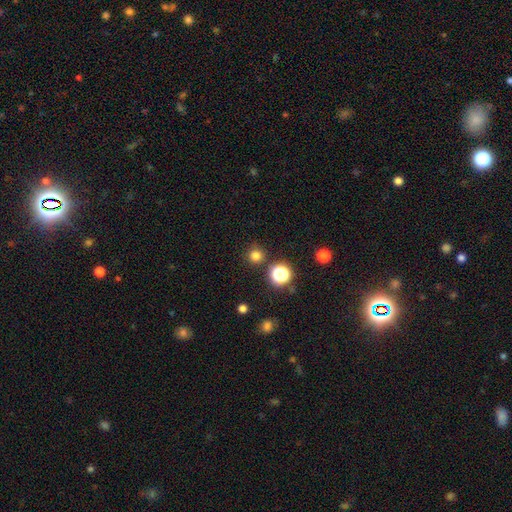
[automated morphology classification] A smooth galaxy with no disk features (77%) that is round (95%). Merging: none (88%).